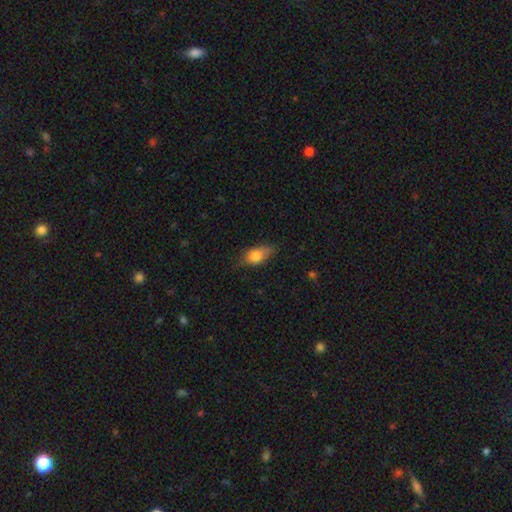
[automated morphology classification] smooth 76%, featured or disk 16%, star or artifact 8%. Down the decision tree: how rounded — in between (81%); merging — none (66%).